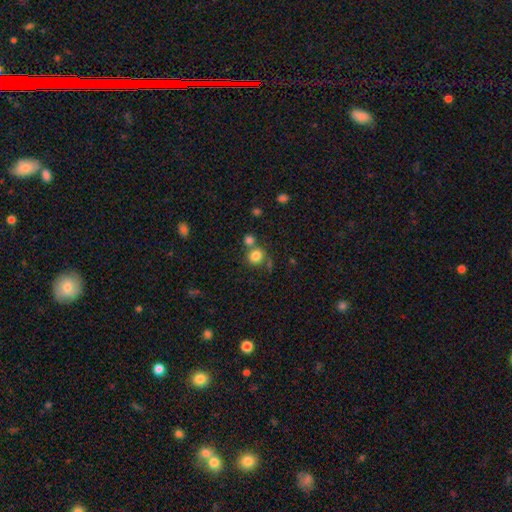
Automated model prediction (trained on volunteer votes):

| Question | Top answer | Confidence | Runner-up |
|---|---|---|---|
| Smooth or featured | smooth | 81% | star or artifact (12%) |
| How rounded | round | 85% | in between (14%) |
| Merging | none | 60% | merger (26%) |